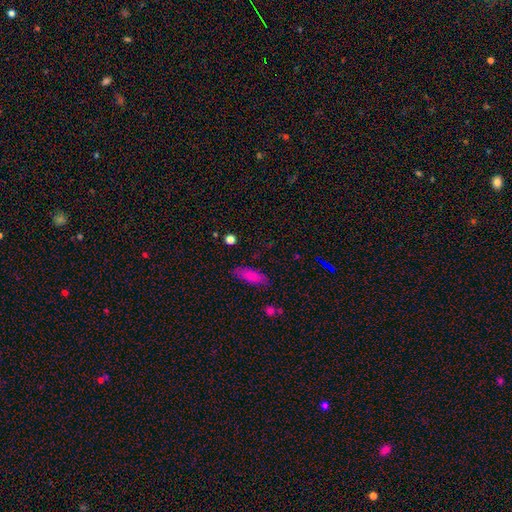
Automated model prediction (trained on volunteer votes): A smooth galaxy with no disk features (81%) that is in between round and cigar-shaped (68%).

Vote fractions:
- Smooth or featured? smooth: 81% / star or artifact: 11% / featured or disk: 8%
- How rounded? in between: 68% / cigar-shaped: 28% / round: 3%
- Merging? none: 84% / minor disturbance: 12% / major disturbance: 3% / merger: 2%